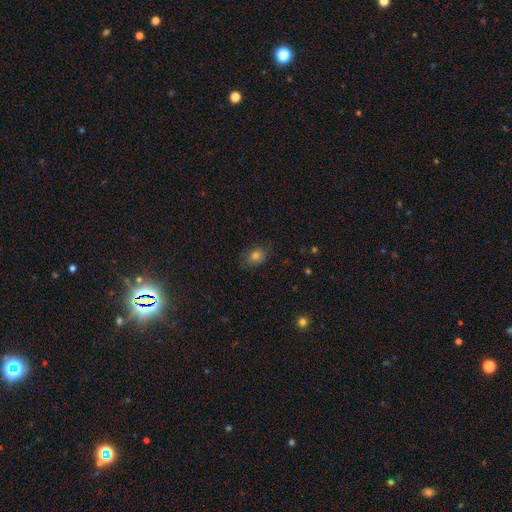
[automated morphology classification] A smooth galaxy with no disk features (74%) that is in between round and cigar-shaped (55%).

Vote fractions:
- Smooth or featured? smooth: 74% / star or artifact: 15% / featured or disk: 11%
- How rounded? in between: 55% / round: 44% / cigar-shaped: 1%
- Merging? none: 77% / minor disturbance: 17% / major disturbance: 5% / merger: 1%